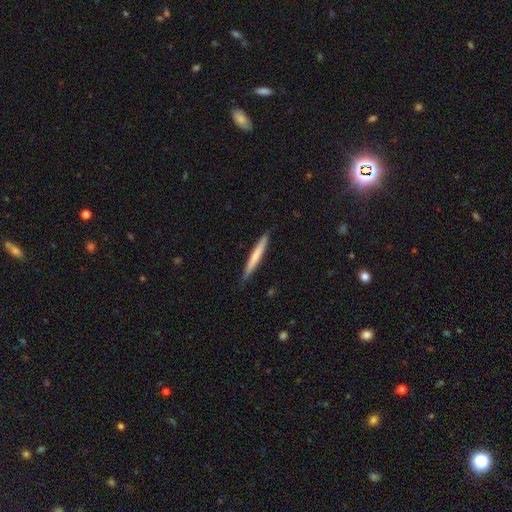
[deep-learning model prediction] smooth 63%, featured or disk 32%, star or artifact 5%. Down the decision tree: how rounded — cigar-shaped (96%); merging — none (88%).